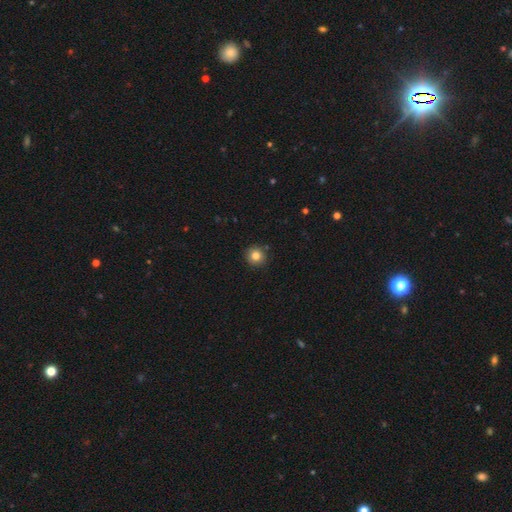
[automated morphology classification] Smooth or featured? smooth (82%)
How rounded? round (94%)
Merging? none (90%)